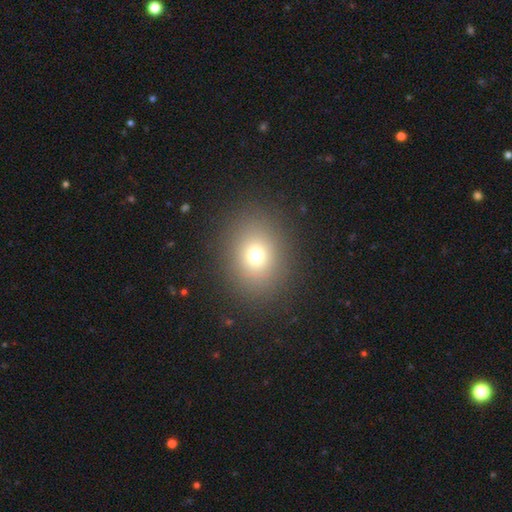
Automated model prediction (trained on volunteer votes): A smooth galaxy with no disk features (72%) that is round (56%).

Vote fractions:
- Smooth or featured? smooth: 72% / star or artifact: 16% / featured or disk: 11%
- How rounded? round: 56% / in between: 43% / cigar-shaped: 1%
- Merging? none: 87% / minor disturbance: 7% / major disturbance: 4% / merger: 1%